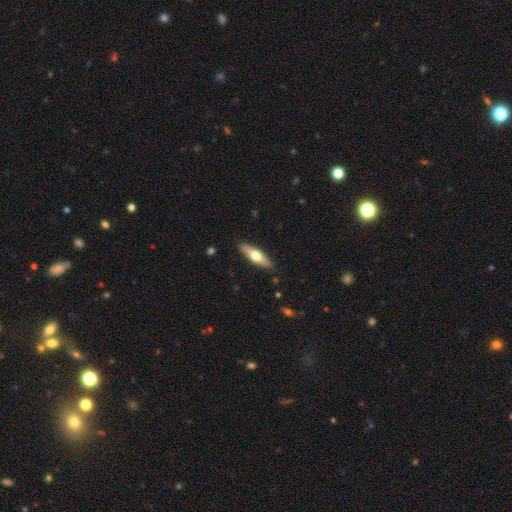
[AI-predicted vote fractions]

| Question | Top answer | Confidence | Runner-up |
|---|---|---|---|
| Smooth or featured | smooth | 56% | featured or disk (39%) |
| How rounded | cigar-shaped | 59% | in between (39%) |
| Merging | none | 88% | minor disturbance (9%) |